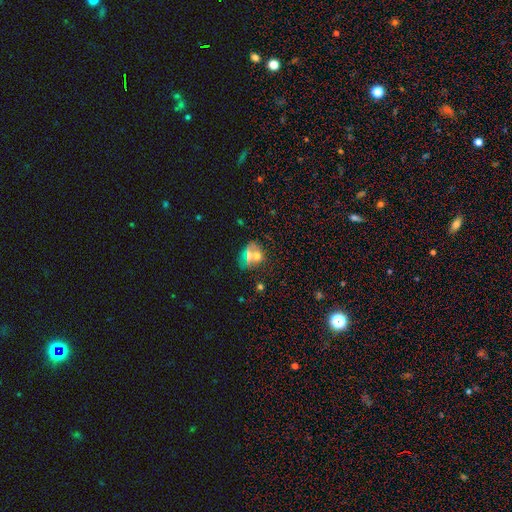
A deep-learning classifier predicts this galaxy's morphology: Overall: smooth (53%; featured or disk 29%). How rounded: round (52%; in between 44%). Merging: merger (43%; none 41%).